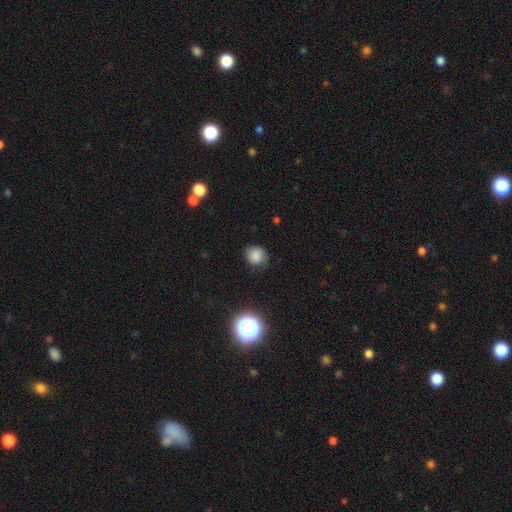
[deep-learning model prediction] Overall: smooth (74%). How rounded: round (75%). Merging: none (66%).